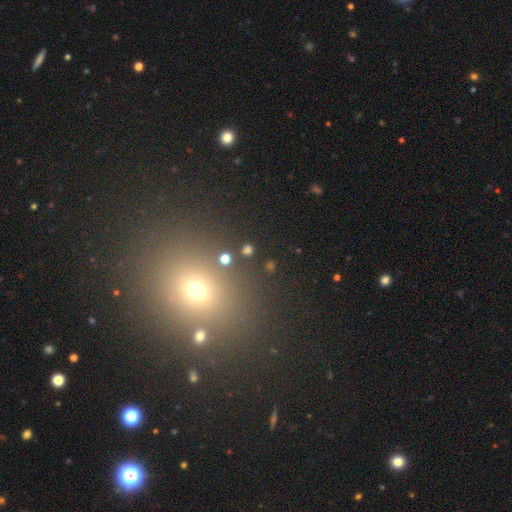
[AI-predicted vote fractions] The model was most divided on "smooth or featured": smooth: 55%, star or artifact: 36%, featured or disk: 9%. More confident: merging — none (87%); how rounded — round (61%).